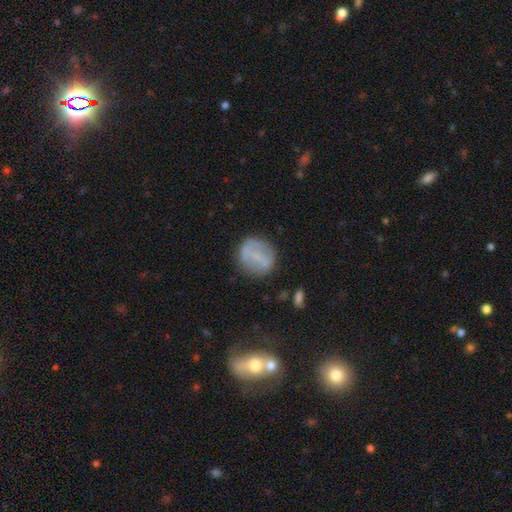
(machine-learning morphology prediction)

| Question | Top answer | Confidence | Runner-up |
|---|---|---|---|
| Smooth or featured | smooth | 52% | featured or disk (38%) |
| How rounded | round | 72% | in between (26%) |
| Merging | none | 76% | minor disturbance (15%) |